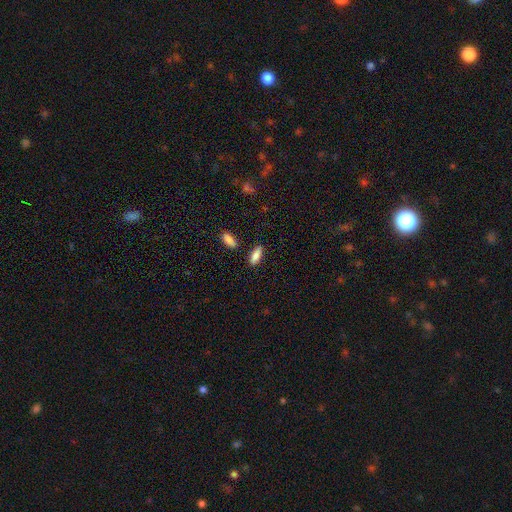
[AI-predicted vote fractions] Morphology: type=smooth (82%); roundness=in between (65%); merging=none (83%).